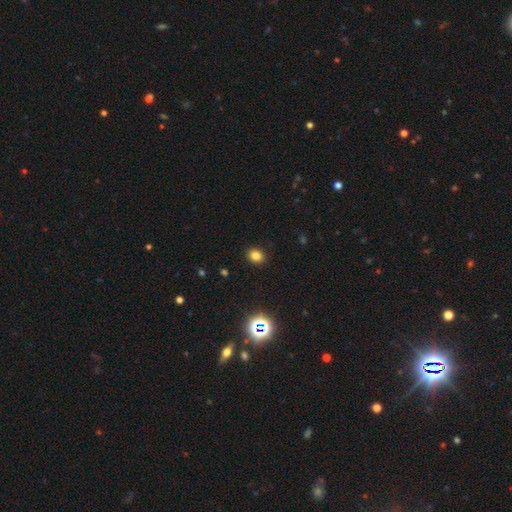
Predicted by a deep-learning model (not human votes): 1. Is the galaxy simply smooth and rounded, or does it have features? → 80% smooth, 15% star or artifact, 5% featured or disk.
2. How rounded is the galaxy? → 60% round, 39% in between, 1% cigar-shaped.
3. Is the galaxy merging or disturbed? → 90% none, 7% minor disturbance, 2% major disturbance, 1% merger.